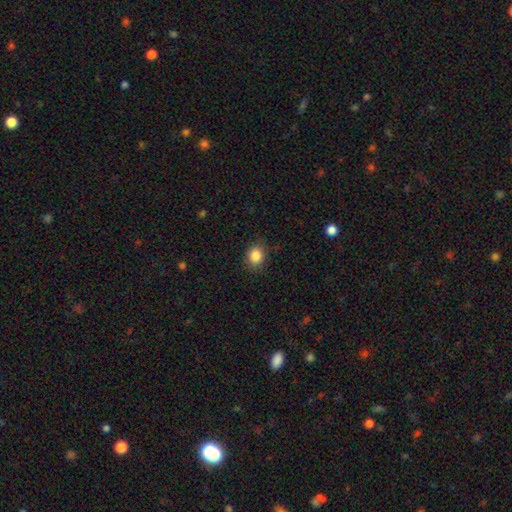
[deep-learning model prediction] Overall: smooth (86%). How rounded: round (63%; in between 37%). Merging: none (84%).